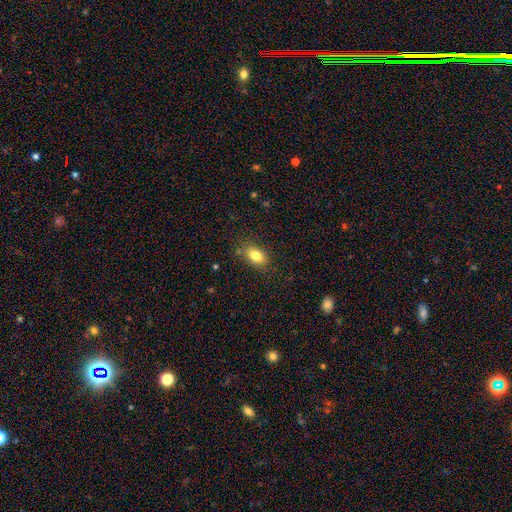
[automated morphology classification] type=smooth (81%); roundness=in between (86%); merging=none (83%).